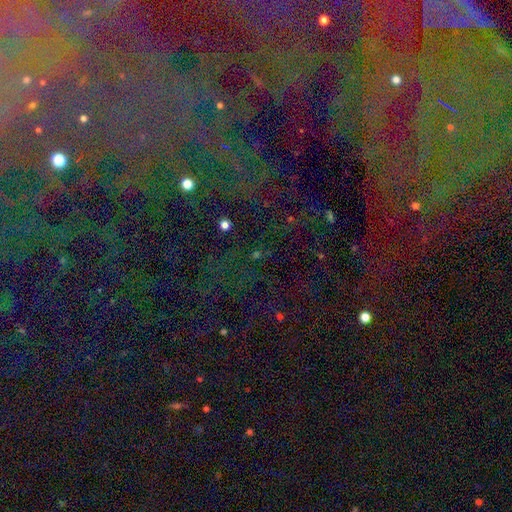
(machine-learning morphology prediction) Smooth or featured? Predicted: star or artifact (p=0.75).